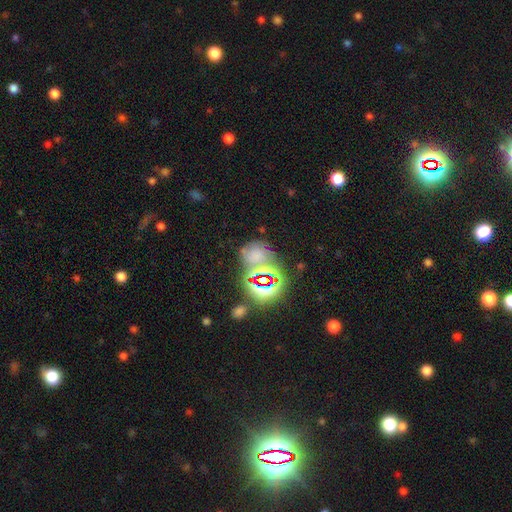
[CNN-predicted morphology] smooth-or-featured: star or artifact: 43% (tied) | smooth: 43% (tied) | featured or disk: 14%